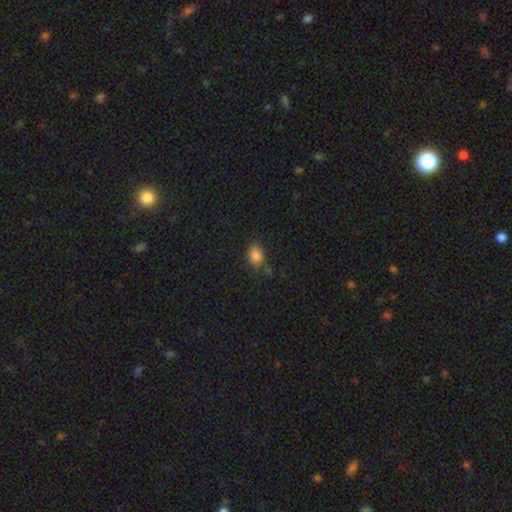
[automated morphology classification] smooth_or_featured: smooth (p=0.82) [alt: star or artifact p=0.12]
how_rounded: in between (p=0.61) [alt: round p=0.38]
merging: none (p=0.70) [alt: minor disturbance p=0.19]